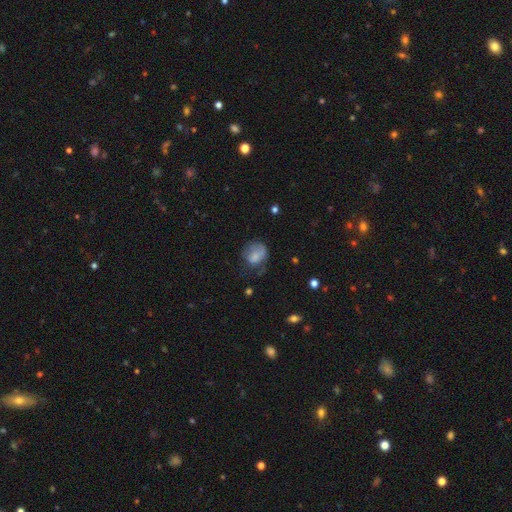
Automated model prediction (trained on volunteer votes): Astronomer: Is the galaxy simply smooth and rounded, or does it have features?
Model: smooth — 67%.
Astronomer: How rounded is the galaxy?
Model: round — 55% (runner-up: in between, 44%).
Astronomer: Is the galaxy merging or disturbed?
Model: none — 35% (runner-up: major disturbance, 34%).